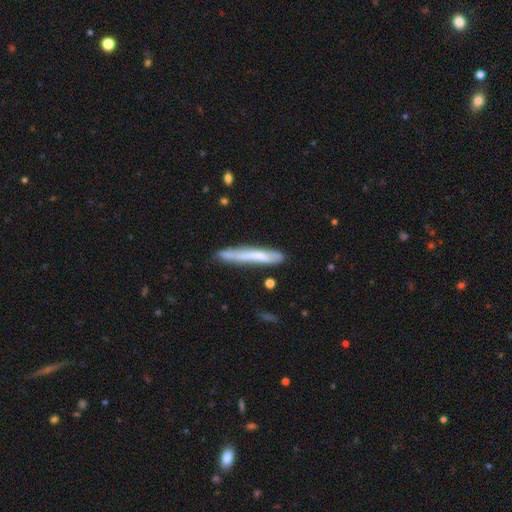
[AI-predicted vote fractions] Morphology: type=smooth (56%); roundness=cigar-shaped (95%); merging=none (72%).